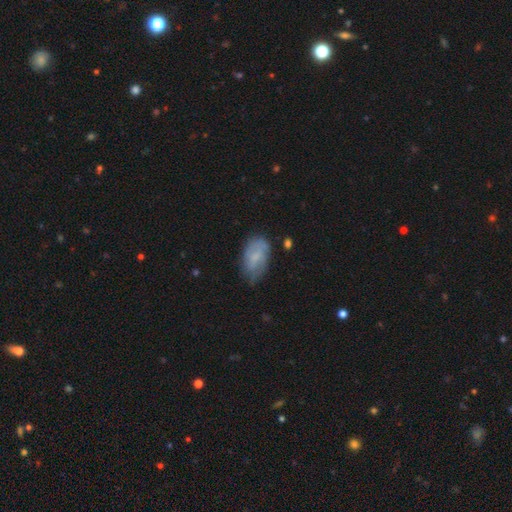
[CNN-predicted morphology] Smooth or featured? Predicted: smooth (p=0.60). How rounded? Predicted: in between (p=0.92). Merging? Predicted: none (p=0.55).